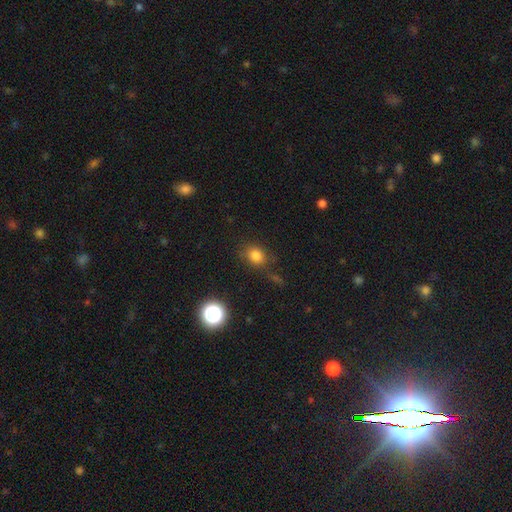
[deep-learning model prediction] Smooth or featured? Predicted: smooth (p=0.79). How rounded? Predicted: round (p=0.61). Merging? Predicted: none (p=0.77).